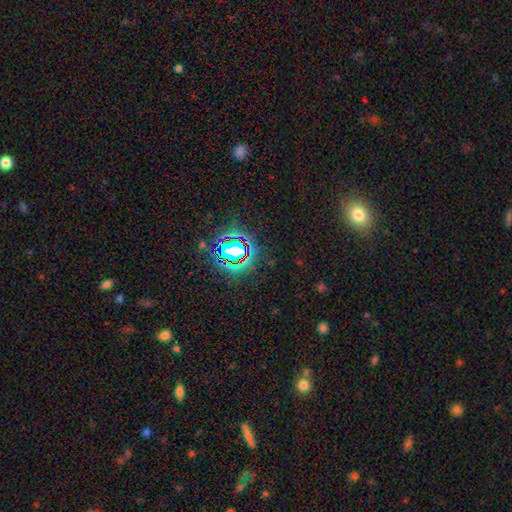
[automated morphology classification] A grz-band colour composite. It shows a star or artifact, not a galaxy (65%).